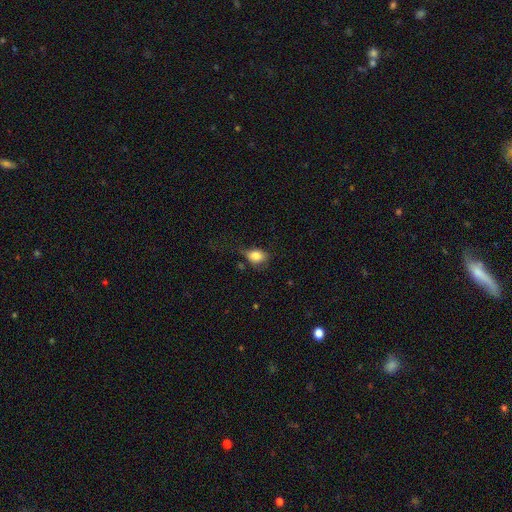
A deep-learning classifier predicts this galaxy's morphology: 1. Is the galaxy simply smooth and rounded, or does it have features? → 82% smooth, 9% star or artifact, 9% featured or disk.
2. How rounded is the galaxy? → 65% in between, 33% round, 2% cigar-shaped.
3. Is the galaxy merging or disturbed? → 48% none, 33% minor disturbance, 16% major disturbance, 3% merger.